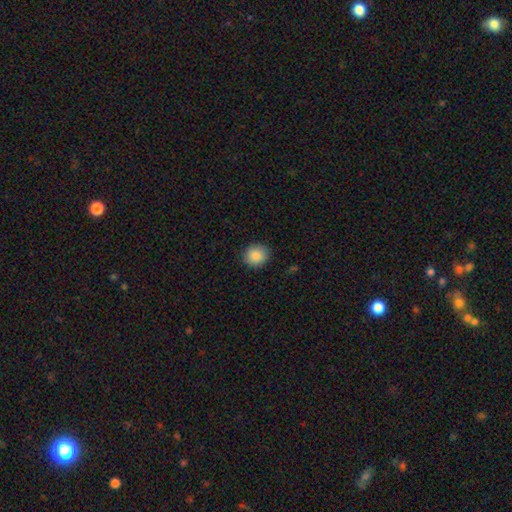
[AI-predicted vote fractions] Overall: smooth (87%). How rounded: round (81%). Merging: none (89%).